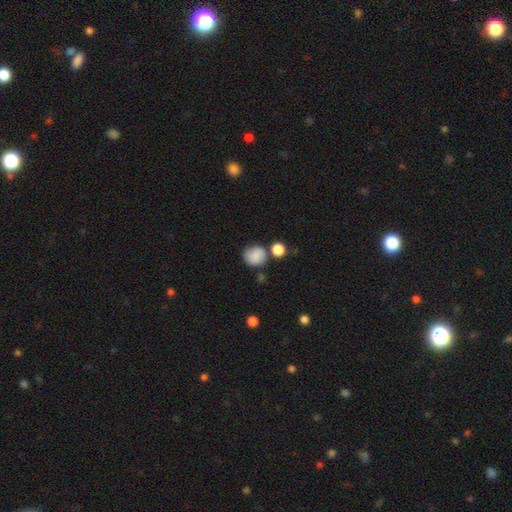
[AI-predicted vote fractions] Smooth or featured? smooth (86%)
How rounded? round (84%)
Merging? none (67%)